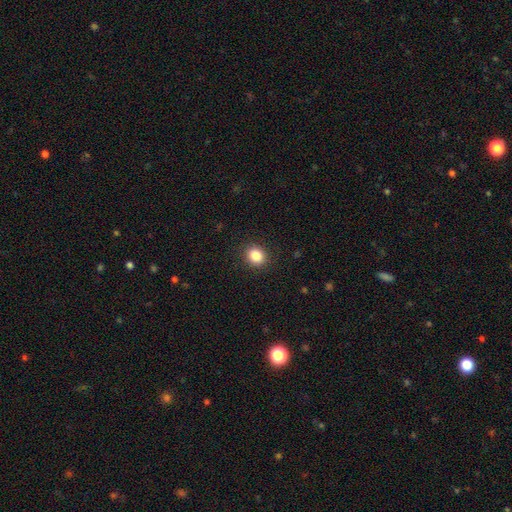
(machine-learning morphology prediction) smooth-or-featured: smooth: 86% | star or artifact: 10% | featured or disk: 4%
  how-rounded: round: 71% | in between: 28% | cigar-shaped: 1%
  merging: none: 90% | minor disturbance: 7% | major disturbance: 2% | merger: 1%